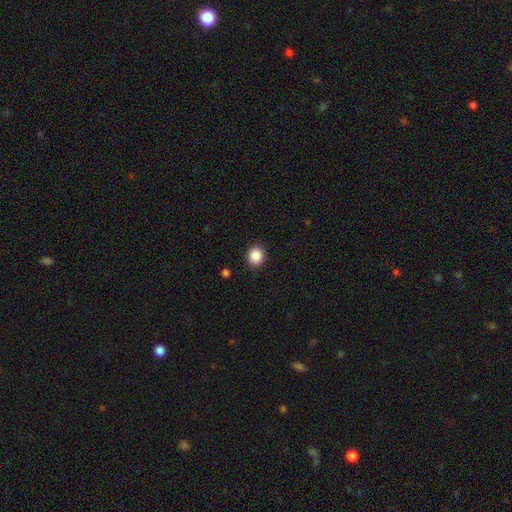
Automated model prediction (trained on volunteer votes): The model was most divided on "how rounded": round: 76%, in between: 24%, cigar-shaped: 1%. More confident: merging — none (91%); smooth or featured — smooth (88%).